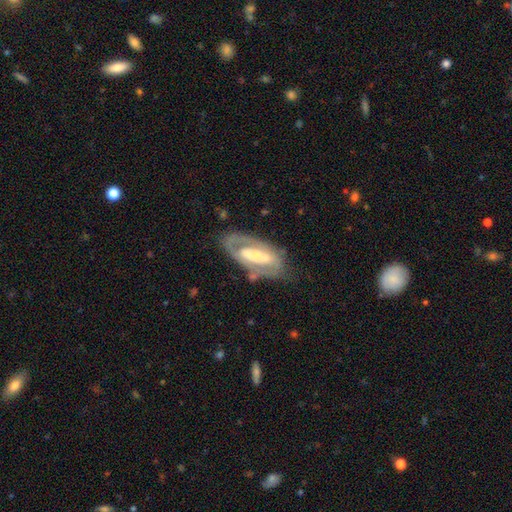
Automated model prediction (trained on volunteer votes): Smooth or featured: featured or disk — 75% (smooth — 20%)
Edge-on disk: no — 90% (yes — 10%)
Bar: strong — 47% (weak — 27%)
Spiral arms: yes — 65% (no — 35%)
Bulge size: moderate — 40% (small — 39%)
Merging: none — 62% (minor disturbance — 21%)